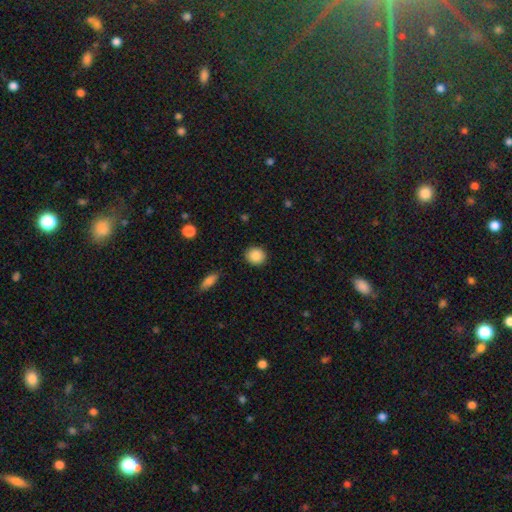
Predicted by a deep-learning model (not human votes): Overall: smooth (88%). How rounded: round (81%). Merging: none (90%).